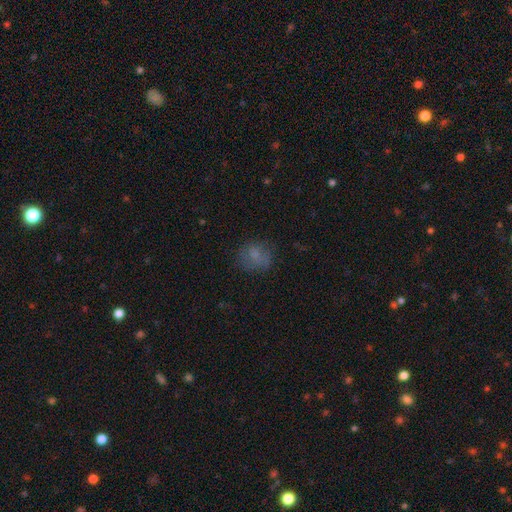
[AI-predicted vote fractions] Q: Smooth or featured?
A: smooth (68%); runner-up: featured or disk (18%)
Q: How rounded?
A: round (69%); runner-up: in between (30%)
Q: Merging?
A: none (67%); runner-up: minor disturbance (20%)